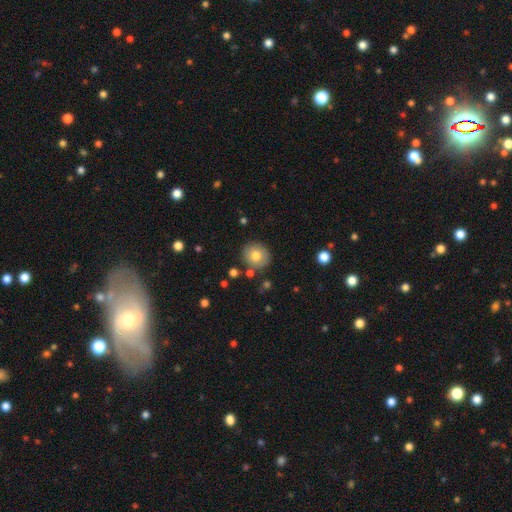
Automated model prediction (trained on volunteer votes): Smooth or featured?
  - smooth: 76% *
  - featured or disk: 14%
  - star or artifact: 9%
How rounded?
  - round: 87% *
  - in between: 12%
  - cigar-shaped: 1%
Merging?
  - none: 85% *
  - minor disturbance: 9%
  - merger: 4%
  - major disturbance: 2%